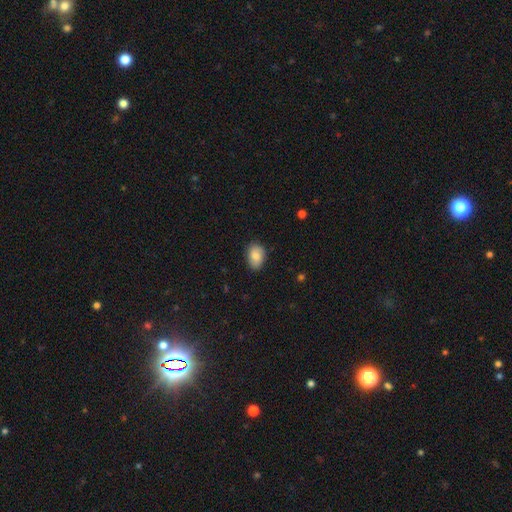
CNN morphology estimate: A smooth galaxy with no disk features (83%) that is in between round and cigar-shaped (85%).

Vote fractions:
- Smooth or featured? smooth: 83% / featured or disk: 9% / star or artifact: 7%
- How rounded? in between: 85% / round: 14% / cigar-shaped: 1%
- Merging? none: 83% / minor disturbance: 14% / major disturbance: 2% / merger: 1%